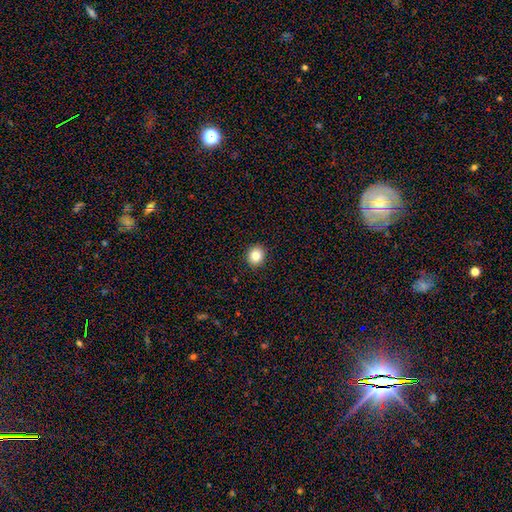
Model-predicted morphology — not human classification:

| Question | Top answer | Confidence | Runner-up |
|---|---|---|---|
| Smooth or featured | smooth | 84% | star or artifact (10%) |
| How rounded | round | 86% | in between (14%) |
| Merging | none | 93% | minor disturbance (5%) |